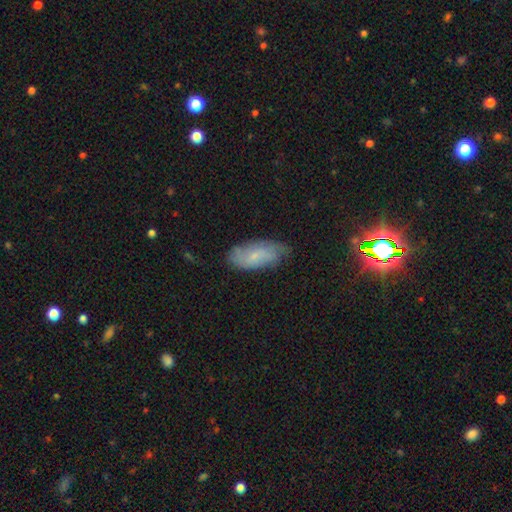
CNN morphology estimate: Smooth or featured?
  - smooth: 52% *
  - featured or disk: 39%
  - star or artifact: 9%
How rounded?
  - in between: 85% *
  - cigar-shaped: 12%
  - round: 3%
Merging?
  - none: 67% *
  - minor disturbance: 26%
  - major disturbance: 6%
  - merger: 2%